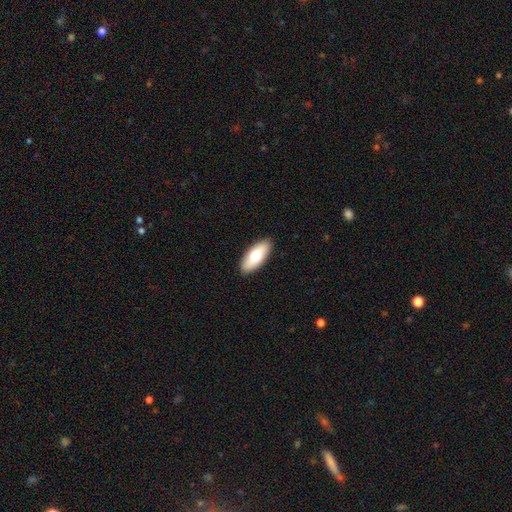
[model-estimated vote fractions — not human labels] This is likely a smooth galaxy (73%). How rounded: clearly in between (83%). Merging: clearly none (91%).